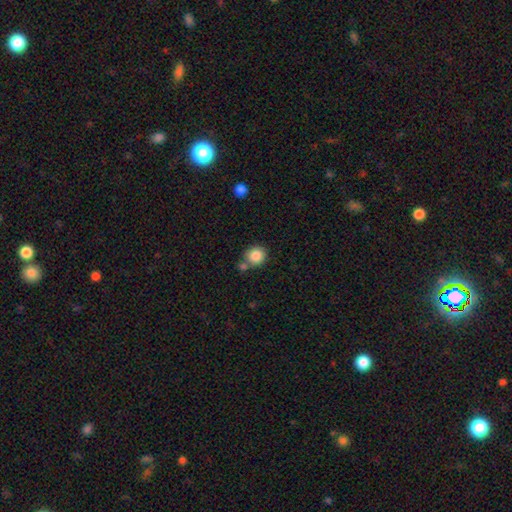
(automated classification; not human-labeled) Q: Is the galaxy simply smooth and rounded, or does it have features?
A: smooth — 86%.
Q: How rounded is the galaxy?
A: round — 88%.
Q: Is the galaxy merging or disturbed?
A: none — 66%.